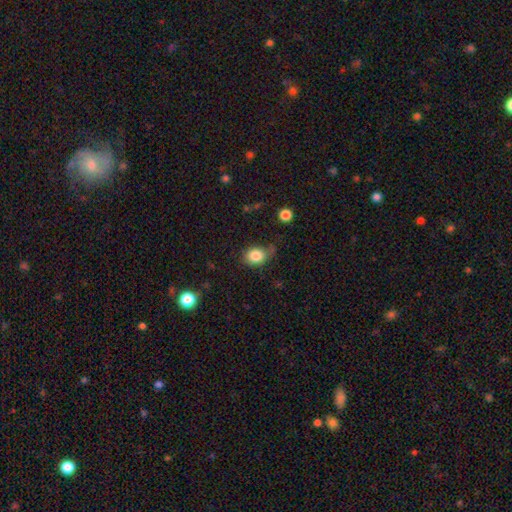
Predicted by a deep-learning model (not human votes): This appears to be a smooth galaxy with no disk features (84%) that is round (51%). Merging: none (60%).